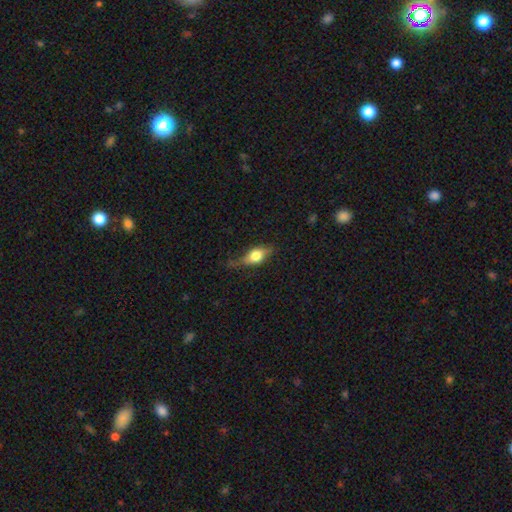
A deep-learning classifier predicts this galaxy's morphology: This appears to be a smooth galaxy with no disk features (60%) that is in between round and cigar-shaped (73%). Merging: none (59%).